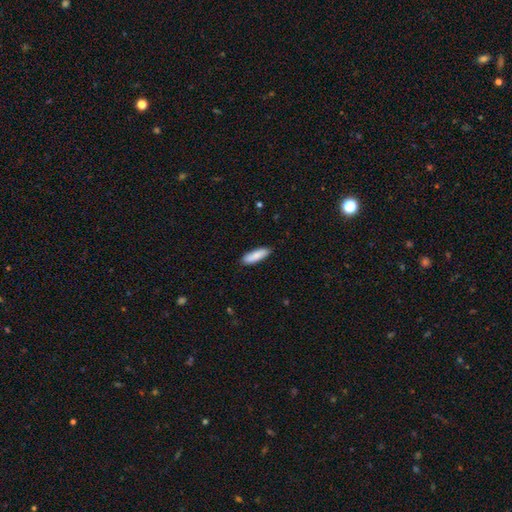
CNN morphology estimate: A smooth galaxy with no disk features (87%) that is cigar-shaped (54%).

Vote fractions:
- Smooth or featured? smooth: 87% / featured or disk: 8% / star or artifact: 5%
- How rounded? cigar-shaped: 54% / in between: 44% / round: 2%
- Merging? none: 88% / minor disturbance: 9% / major disturbance: 2% / merger: 1%